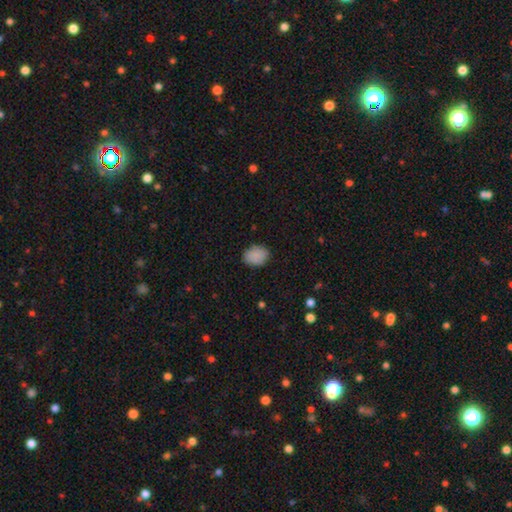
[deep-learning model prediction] smooth_or_featured: smooth (p=0.88) [alt: star or artifact p=0.08]
how_rounded: in between (p=0.71) [alt: round p=0.28]
merging: none (p=0.85) [alt: minor disturbance p=0.11]